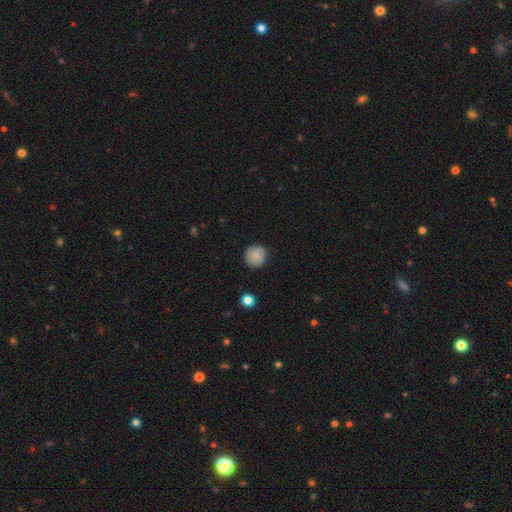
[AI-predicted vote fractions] The model was most divided on "merging": none: 80%, minor disturbance: 15%, major disturbance: 3%, merger: 1%. More confident: how rounded — round (90%); smooth or featured — smooth (79%).